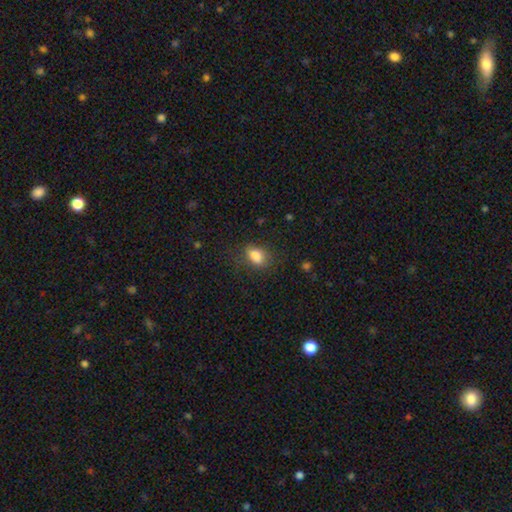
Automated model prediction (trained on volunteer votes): The model was most divided on "merging": none: 68%, minor disturbance: 21%, major disturbance: 9%, merger: 2%. More confident: smooth or featured — smooth (84%); how rounded — in between (81%).